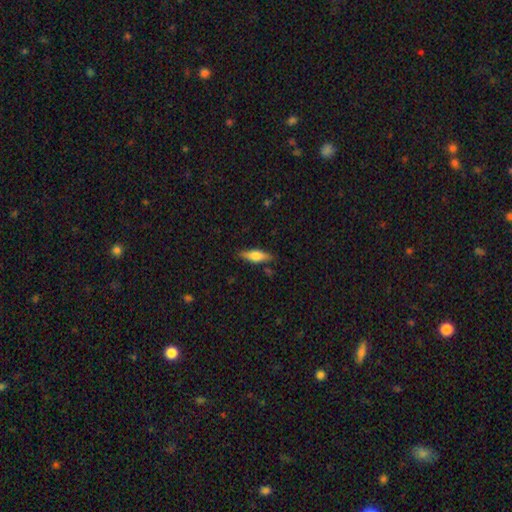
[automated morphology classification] The model was most divided on "how rounded": in between: 51%, cigar-shaped: 47%, round: 3%. More confident: merging — none (82%); smooth or featured — smooth (62%).